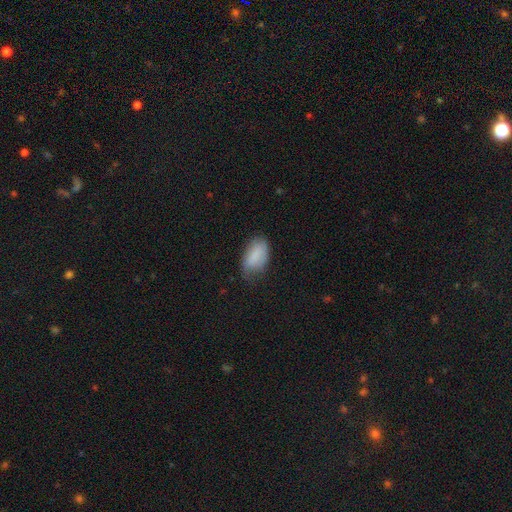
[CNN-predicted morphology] Smooth or featured? smooth (82%)
How rounded? in between (93%)
Merging? none (51%)